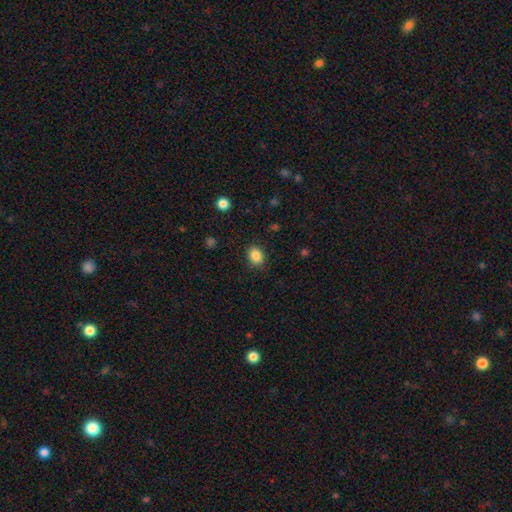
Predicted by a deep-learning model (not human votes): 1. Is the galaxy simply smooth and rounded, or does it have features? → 87% smooth, 9% star or artifact, 4% featured or disk.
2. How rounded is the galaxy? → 63% in between, 36% round, 1% cigar-shaped.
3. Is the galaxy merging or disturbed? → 86% none, 10% minor disturbance, 3% major disturbance, 1% merger.